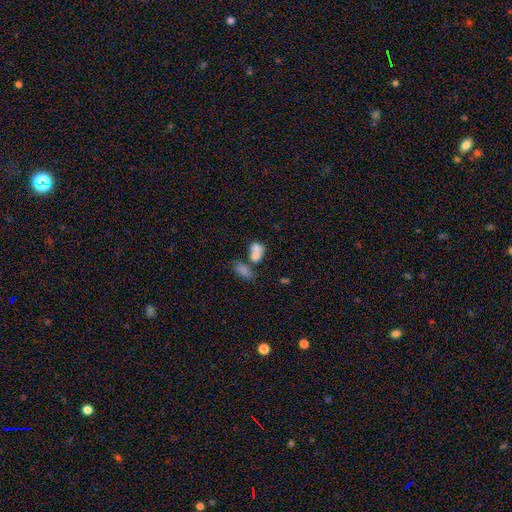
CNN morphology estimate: The model was most divided on "how rounded": in between: 72%, round: 25%, cigar-shaped: 2%. More confident: smooth or featured — smooth (74%); merging — merger (67%).